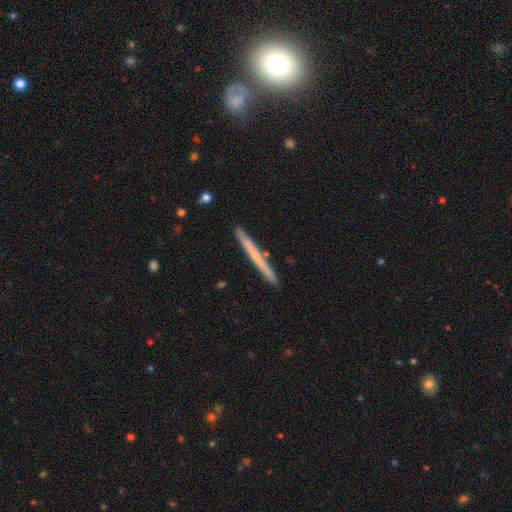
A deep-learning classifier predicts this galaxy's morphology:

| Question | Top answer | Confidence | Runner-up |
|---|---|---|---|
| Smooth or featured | smooth | 50% | featured or disk (44%) |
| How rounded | cigar-shaped | 97% | in between (2%) |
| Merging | none | 89% | minor disturbance (7%) |